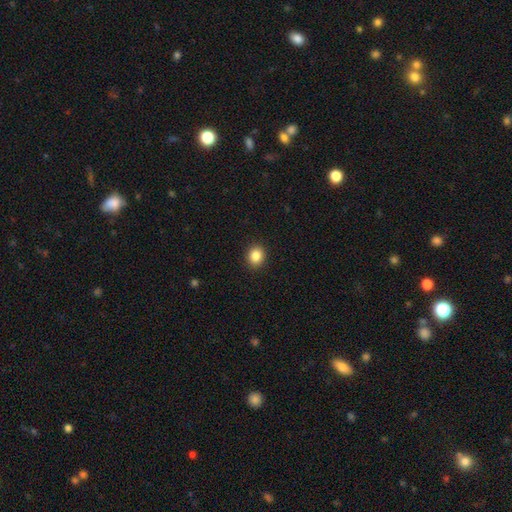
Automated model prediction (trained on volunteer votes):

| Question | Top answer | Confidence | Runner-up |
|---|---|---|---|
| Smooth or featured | smooth | 85% | star or artifact (10%) |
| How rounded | round | 74% | in between (25%) |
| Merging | none | 92% | minor disturbance (5%) |